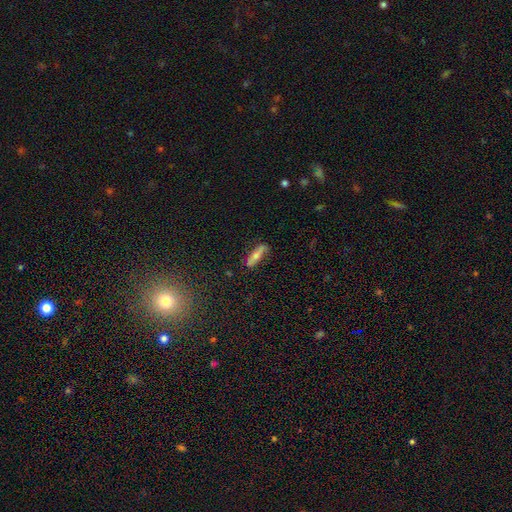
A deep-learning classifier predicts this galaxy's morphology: featured or disk 44%, smooth 43%, star or artifact 12%. Down the decision tree: merging — none (78%).